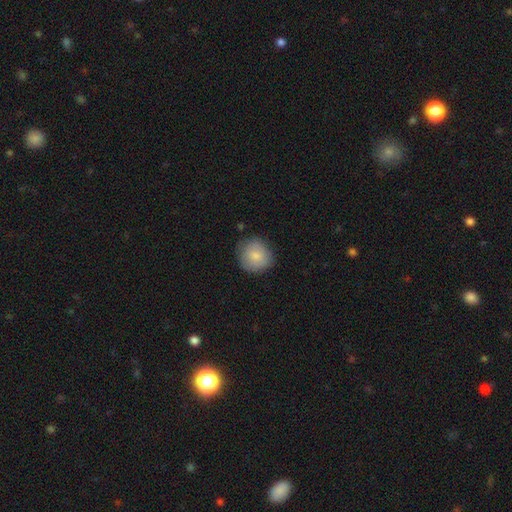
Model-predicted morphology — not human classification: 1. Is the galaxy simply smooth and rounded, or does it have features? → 83% smooth, 10% featured or disk, 7% star or artifact.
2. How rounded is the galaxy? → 87% round, 12% in between, 1% cigar-shaped.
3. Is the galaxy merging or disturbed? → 80% none, 16% minor disturbance, 3% major disturbance, 1% merger.